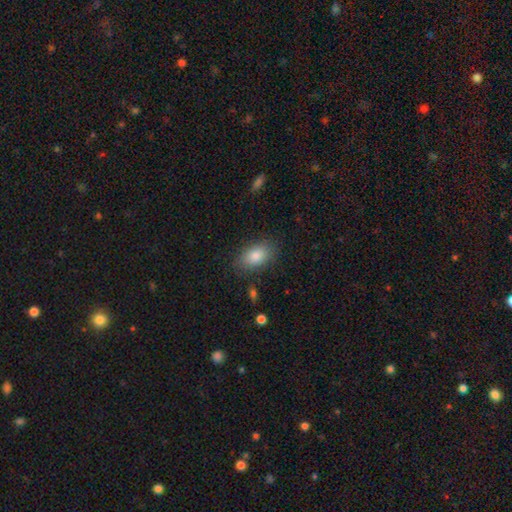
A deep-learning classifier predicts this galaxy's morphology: Smooth or featured? Predicted: smooth (p=0.83). How rounded? Predicted: in between (p=0.89). Merging? Predicted: none (p=0.84).